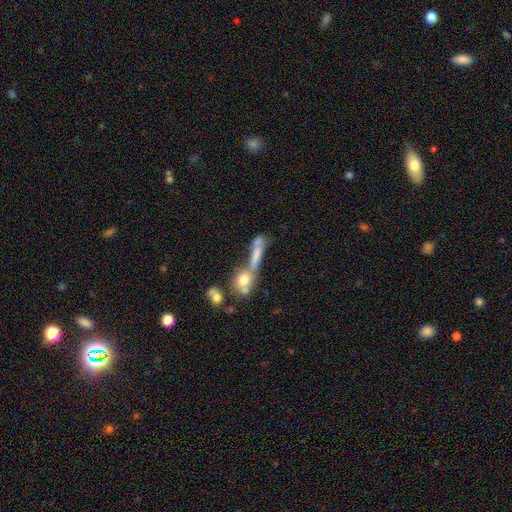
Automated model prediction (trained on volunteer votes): The model was most divided on "smooth or featured": smooth: 46%, featured or disk: 37%, star or artifact: 17%. More confident: merging — merger (52%).